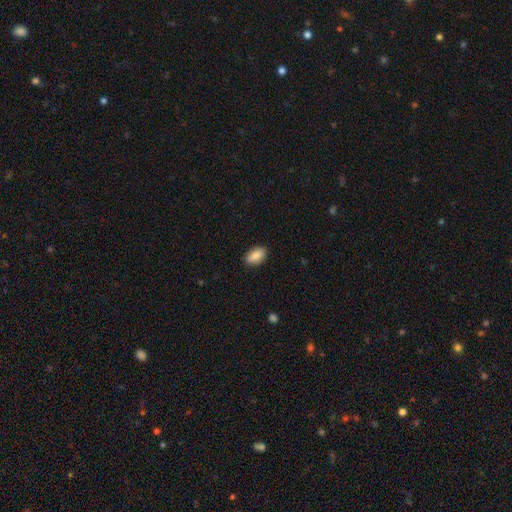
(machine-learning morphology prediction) Smooth or featured? Predicted: smooth (p=0.87). How rounded? Predicted: in between (p=0.93). Merging? Predicted: none (p=0.89).